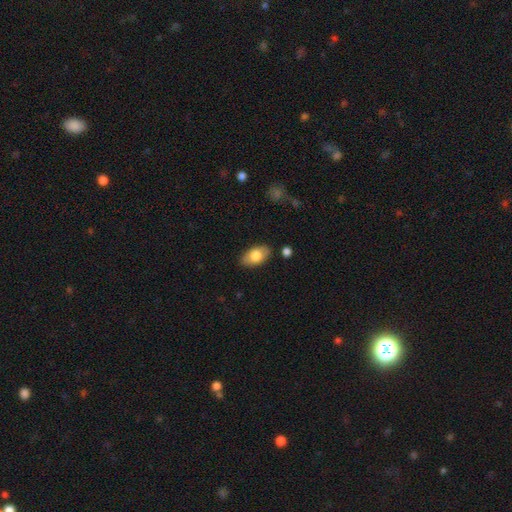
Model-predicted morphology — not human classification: Smooth or featured? smooth (75%)
How rounded? in between (93%)
Merging? none (84%)